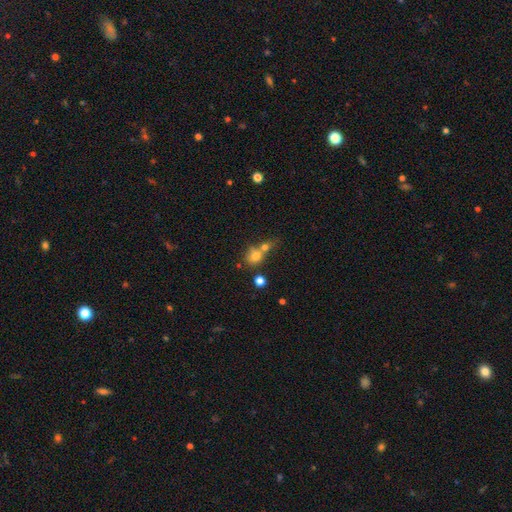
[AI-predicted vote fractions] smooth_or_featured: smooth (p=0.73) [alt: star or artifact p=0.14]
how_rounded: round (p=0.71) [alt: in between p=0.27]
merging: merger (p=0.55) [alt: none p=0.31]